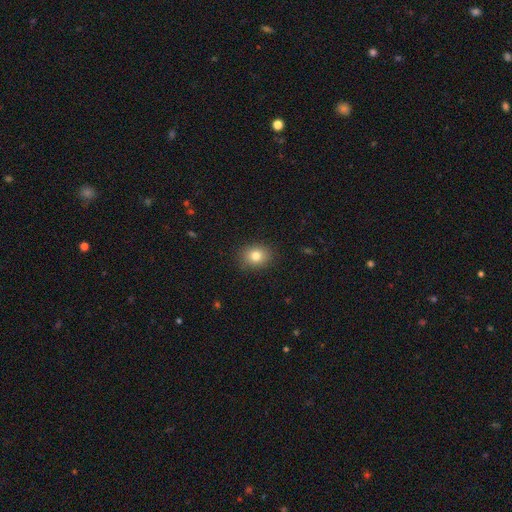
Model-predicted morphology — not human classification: smooth_or_featured: smooth (p=0.80) [alt: star or artifact p=0.11]
how_rounded: round (p=0.60) [alt: in between p=0.39]
merging: none (p=0.88) [alt: minor disturbance p=0.08]